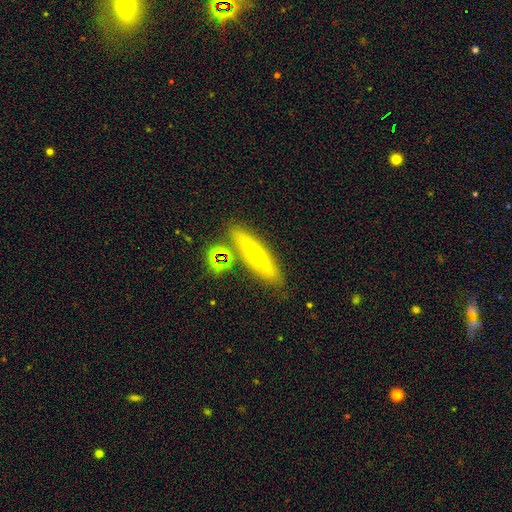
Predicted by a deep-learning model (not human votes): featured or disk 47%, smooth 43%, star or artifact 11%. Down the decision tree: merging — none (81%).